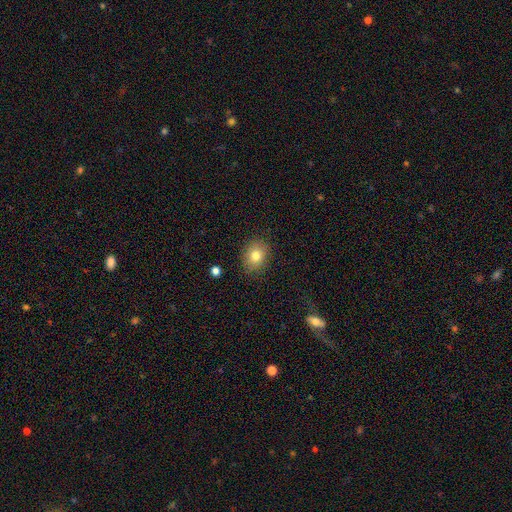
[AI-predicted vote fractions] Q: Smooth or featured?
A: smooth (80%); runner-up: featured or disk (10%)
Q: How rounded?
A: in between (54%); runner-up: round (45%)
Q: Merging?
A: none (86%); runner-up: minor disturbance (10%)